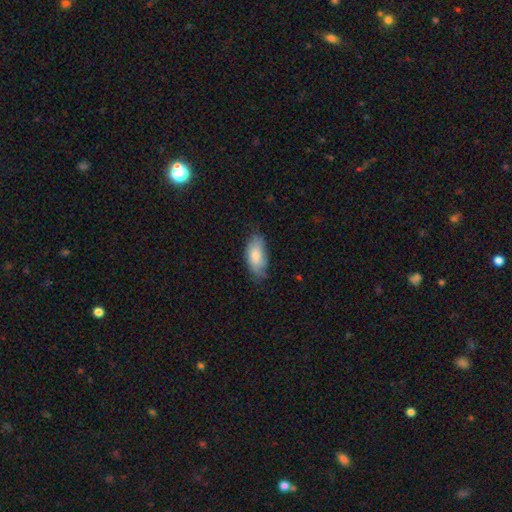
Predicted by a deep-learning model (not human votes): Smooth or featured?
  - smooth: 78% *
  - featured or disk: 16%
  - star or artifact: 6%
How rounded?
  - in between: 90% *
  - cigar-shaped: 8%
  - round: 2%
Merging?
  - none: 61% *
  - minor disturbance: 31%
  - major disturbance: 7%
  - merger: 1%